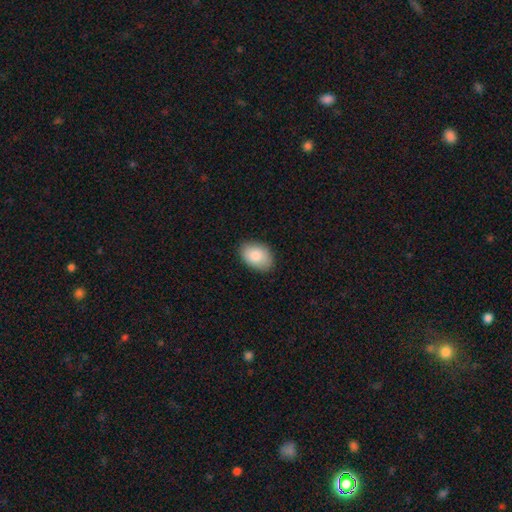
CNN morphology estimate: This is clearly a smooth galaxy (86%). How rounded: clearly in between (86%). Merging: clearly none (86%).